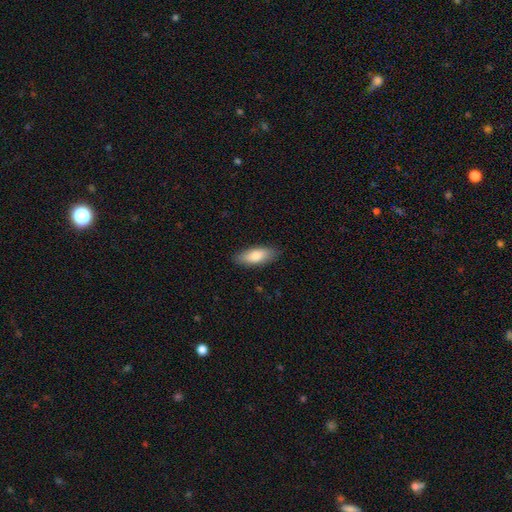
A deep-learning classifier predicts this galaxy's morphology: Q: Smooth or featured?
A: smooth (81%); runner-up: featured or disk (13%)
Q: How rounded?
A: in between (72%); runner-up: cigar-shaped (26%)
Q: Merging?
A: none (87%); runner-up: minor disturbance (10%)